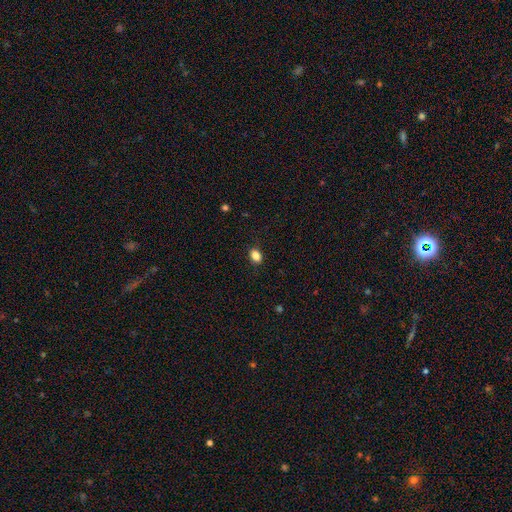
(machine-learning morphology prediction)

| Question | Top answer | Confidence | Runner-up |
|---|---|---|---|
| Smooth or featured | smooth | 85% | star or artifact (10%) |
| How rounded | in between | 70% | round (28%) |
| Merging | none | 87% | minor disturbance (10%) |